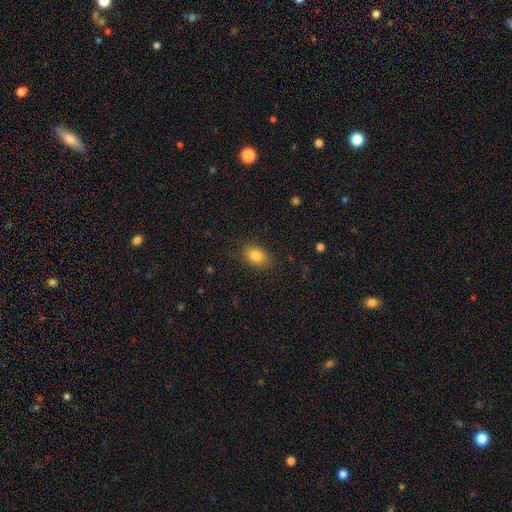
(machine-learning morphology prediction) smooth 83%, star or artifact 9%, featured or disk 7%. Down the decision tree: how rounded — in between (73%); merging — none (83%).